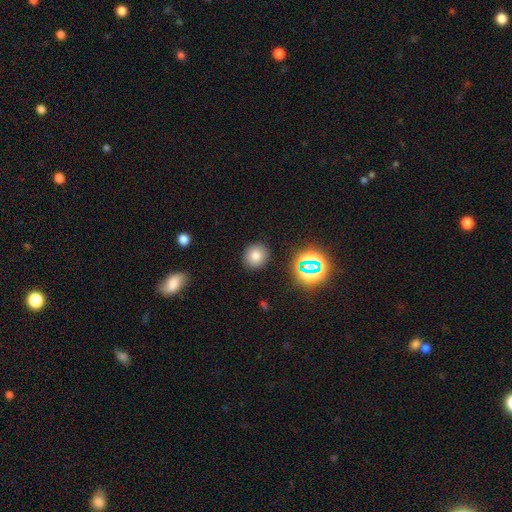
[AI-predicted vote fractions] Smooth or featured: smooth — 75% (star or artifact — 17%)
How rounded: round — 83% (in between — 16%)
Merging: none — 88% (minor disturbance — 7%)